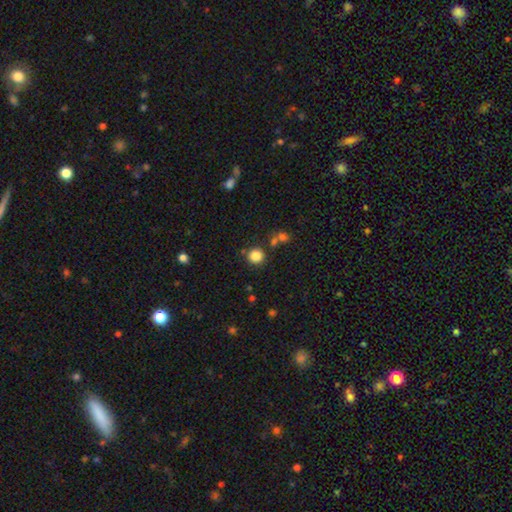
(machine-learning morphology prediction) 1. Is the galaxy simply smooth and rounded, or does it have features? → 84% smooth, 12% star or artifact, 4% featured or disk.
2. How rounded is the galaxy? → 92% round, 7% in between, 1% cigar-shaped.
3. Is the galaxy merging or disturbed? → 82% none, 8% minor disturbance, 7% merger, 3% major disturbance.